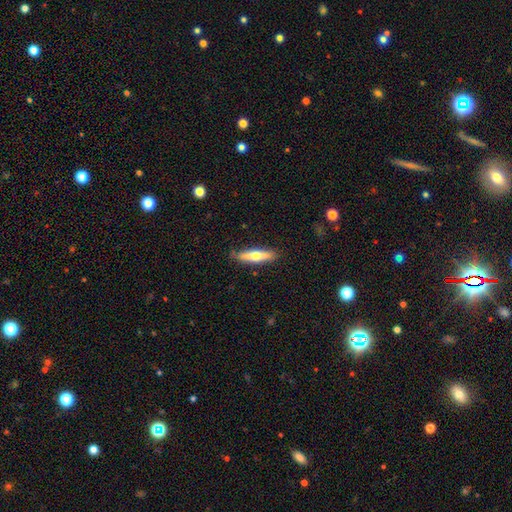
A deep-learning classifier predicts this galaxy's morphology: Smooth or featured?
  - smooth: 53% *
  - featured or disk: 41%
  - star or artifact: 6%
How rounded?
  - cigar-shaped: 75% *
  - in between: 23%
  - round: 2%
Merging?
  - none: 85% *
  - minor disturbance: 12%
  - major disturbance: 2%
  - merger: 1%